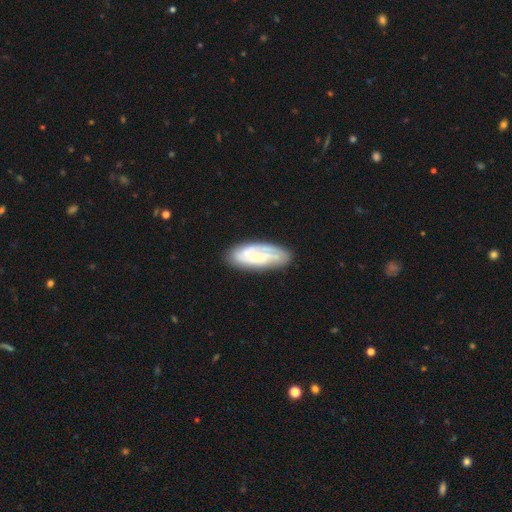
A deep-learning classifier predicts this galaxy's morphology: featured or disk 64%, smooth 30%, star or artifact 6%. Down the decision tree: edge-on disk — no (90%); bar — no (68%); spiral arms — yes (86%); bulge size — small (58%); merging — none (75%).